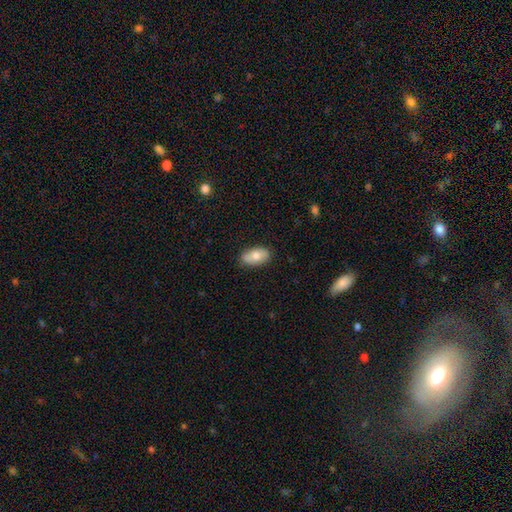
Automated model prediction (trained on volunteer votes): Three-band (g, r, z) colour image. It shows a smooth galaxy with no disk features (77%) that is in between round and cigar-shaped (93%). Merging: none (84%).